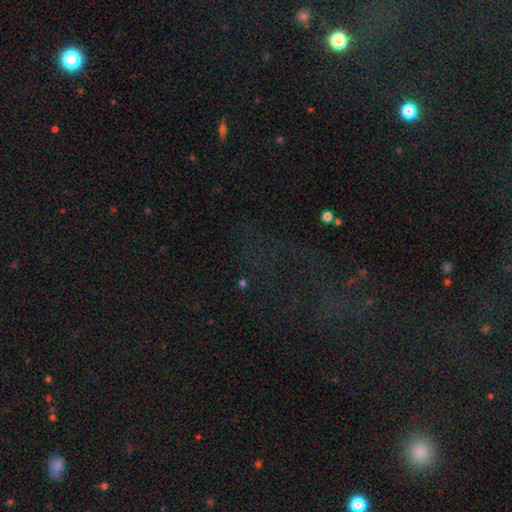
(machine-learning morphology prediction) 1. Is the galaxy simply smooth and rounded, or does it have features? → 69% star or artifact, 18% smooth, 14% featured or disk.